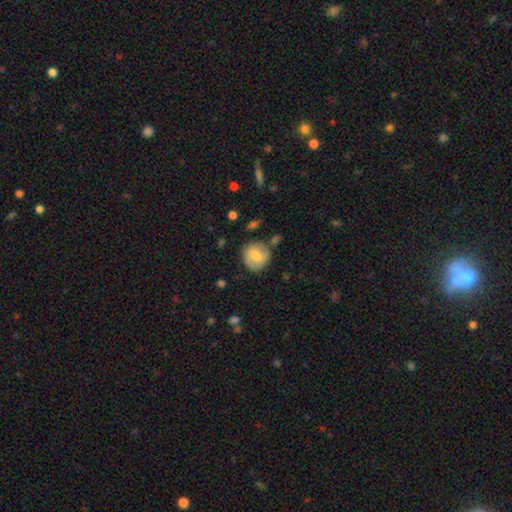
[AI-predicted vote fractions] smooth-or-featured: smooth: 61% | featured or disk: 32% | star or artifact: 7%
  how-rounded: round: 86% | in between: 13% | cigar-shaped: 1%
  merging: none: 68% | minor disturbance: 20% | major disturbance: 6% | merger: 5%